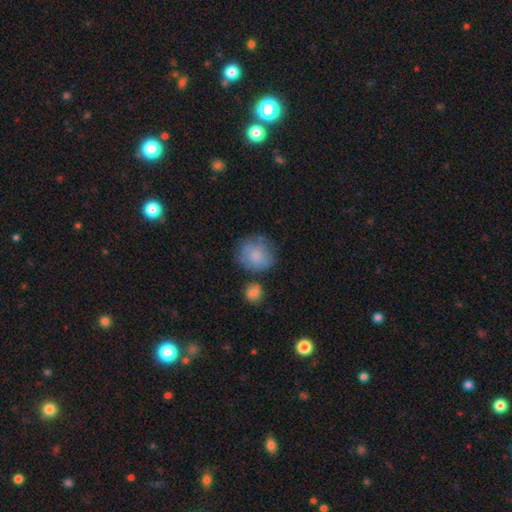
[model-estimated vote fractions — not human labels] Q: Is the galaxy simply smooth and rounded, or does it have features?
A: smooth — 75%.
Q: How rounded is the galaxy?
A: round — 77%.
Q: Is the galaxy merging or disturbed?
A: none — 61%.